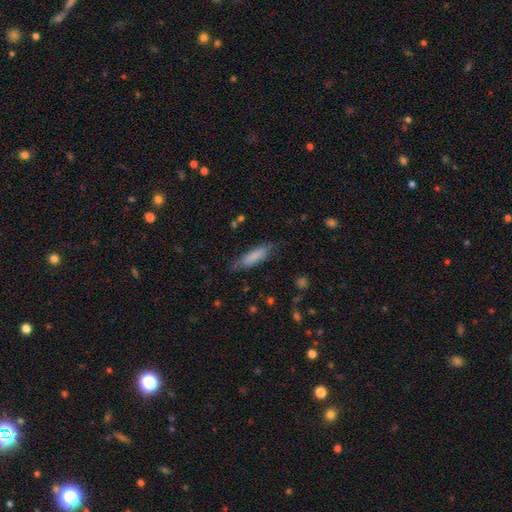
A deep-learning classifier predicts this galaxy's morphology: smooth-or-featured: smooth: 82% | featured or disk: 12% | star or artifact: 6%
  how-rounded: cigar-shaped: 56% | in between: 43% | round: 2%
  merging: none: 72% | minor disturbance: 21% | major disturbance: 5% | merger: 2%